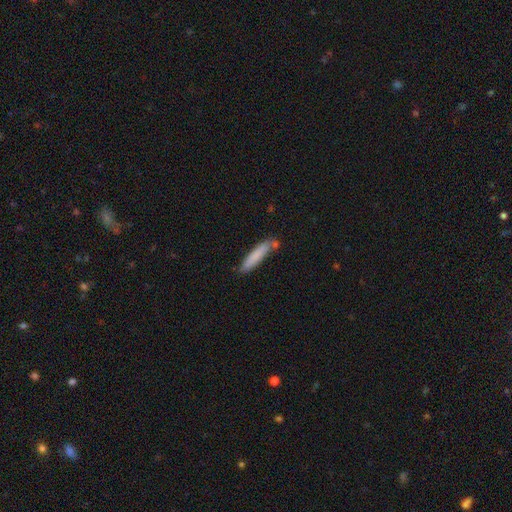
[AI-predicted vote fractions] smooth-or-featured: smooth: 79% | featured or disk: 14% | star or artifact: 6%
  how-rounded: cigar-shaped: 87% | in between: 12% | round: 1%
  merging: none: 69% | minor disturbance: 19% | merger: 9% | major disturbance: 4%